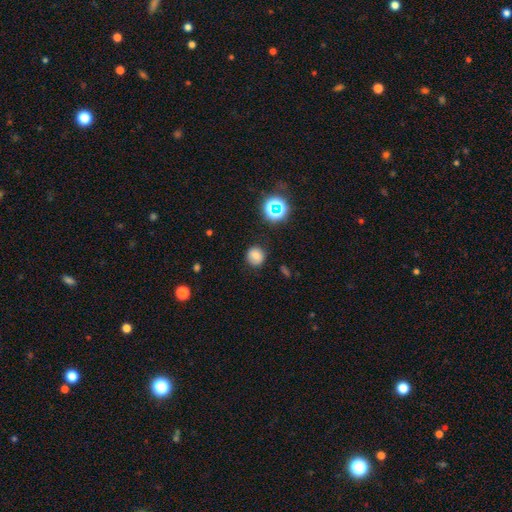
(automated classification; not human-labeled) smooth_or_featured: smooth (p=0.76) [alt: star or artifact p=0.16]
how_rounded: round (p=0.88) [alt: in between p=0.11]
merging: none (p=0.85) [alt: minor disturbance p=0.10]